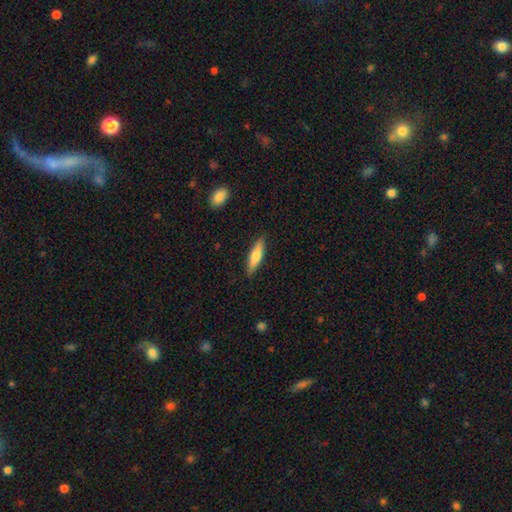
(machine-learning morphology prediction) type=smooth (68%); roundness=cigar-shaped (71%); merging=none (88%).